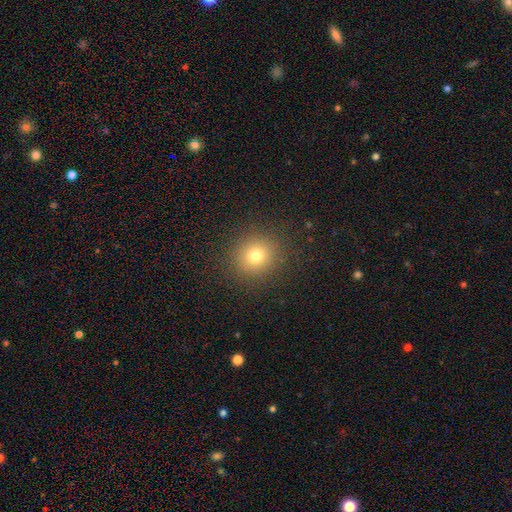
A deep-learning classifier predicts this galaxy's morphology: A smooth galaxy with no disk features (77%) that is round (89%). Merging: none (90%).